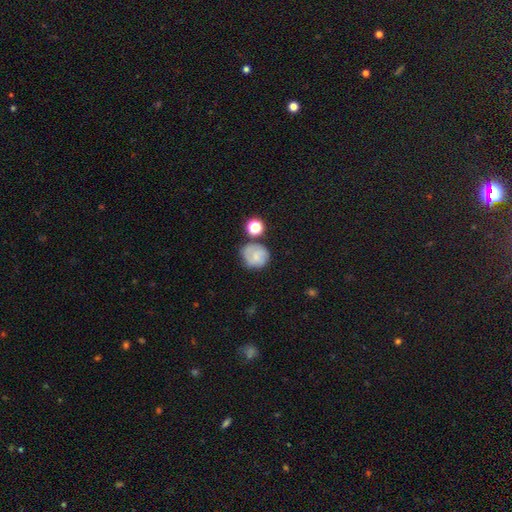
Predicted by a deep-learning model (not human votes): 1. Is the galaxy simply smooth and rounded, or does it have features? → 59% smooth, 30% featured or disk, 11% star or artifact.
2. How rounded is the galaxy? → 80% round, 19% in between, 1% cigar-shaped.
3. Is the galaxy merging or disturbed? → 59% none, 22% minor disturbance, 11% merger, 8% major disturbance.